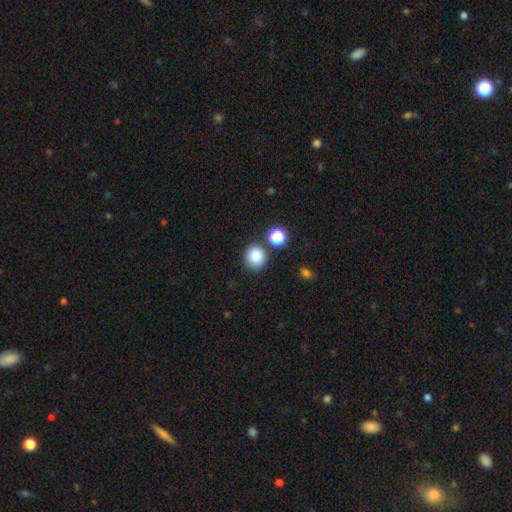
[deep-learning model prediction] Morphology: type=smooth (83%); roundness=round (88%); merging=none (80%).